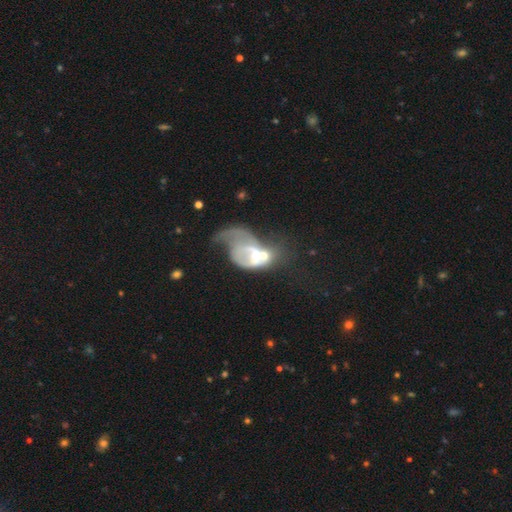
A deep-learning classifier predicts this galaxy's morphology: Q: Smooth or featured?
A: featured or disk (60%); runner-up: smooth (31%)
Q: Edge-on disk?
A: no (96%); runner-up: yes (4%)
Q: Bar?
A: no (74%); runner-up: weak (21%)
Q: Spiral arms?
A: no (61%); runner-up: yes (39%)
Q: Bulge size?
A: moderate (47%); runner-up: small (34%)
Q: Merging?
A: merger (48%); runner-up: major disturbance (35%)